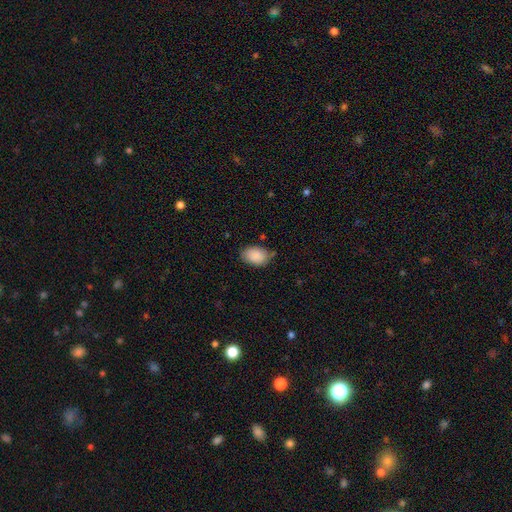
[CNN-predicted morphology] The model was most divided on "merging": none: 76%, minor disturbance: 18%, major disturbance: 4%, merger: 2%. More confident: smooth or featured — smooth (89%); how rounded — in between (86%).